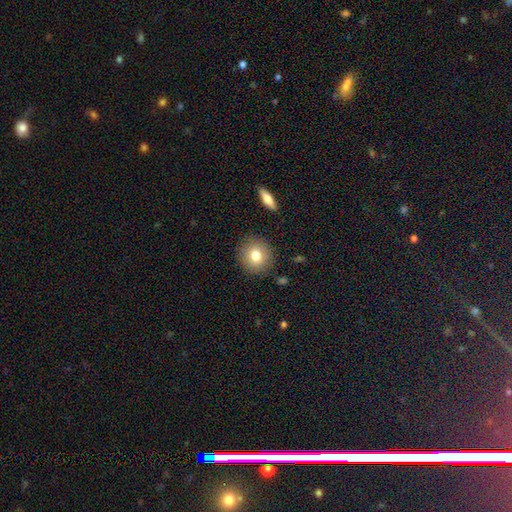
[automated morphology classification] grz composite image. It shows a smooth galaxy with no disk features (77%) that is round (89%). Merging: none (88%).